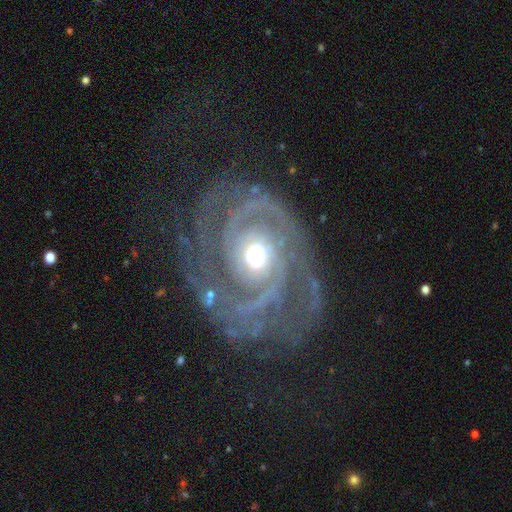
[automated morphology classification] A featured or disk galaxy (92%) with no bar (71%), 2 (45%) tight (68%) spiral arms (98%) and a moderate central bulge (71%). Merging: none (70%).